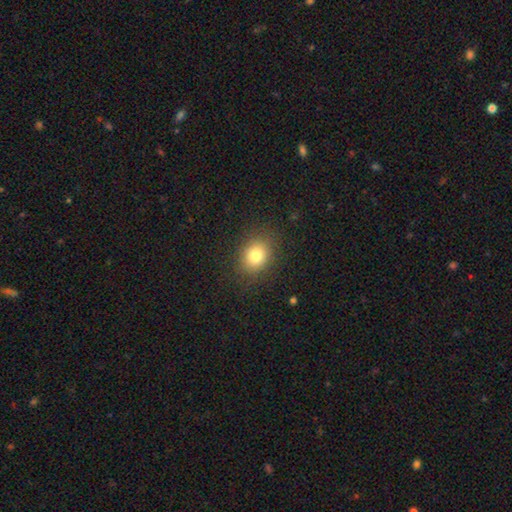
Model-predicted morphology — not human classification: smooth 79%, star or artifact 12%, featured or disk 9%. Down the decision tree: how rounded — round (56%); merging — none (86%).